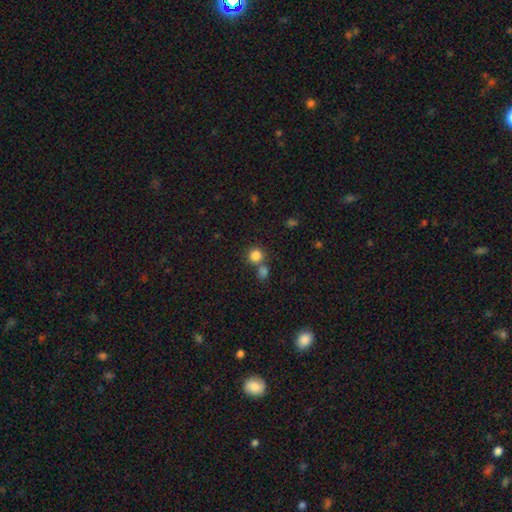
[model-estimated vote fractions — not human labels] A smooth galaxy with no disk features (83%) that is round (90%). Merging: none (60%).